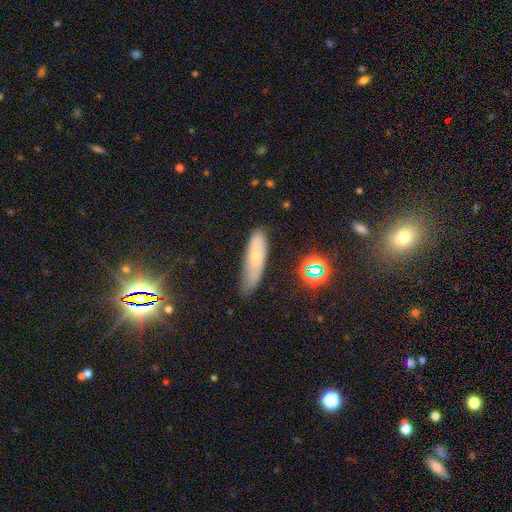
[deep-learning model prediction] smooth-or-featured: smooth: 59% | featured or disk: 29% | star or artifact: 13%
  how-rounded: cigar-shaped: 63% | in between: 34% | round: 2%
  merging: none: 66% | minor disturbance: 26% | major disturbance: 5% | merger: 2%